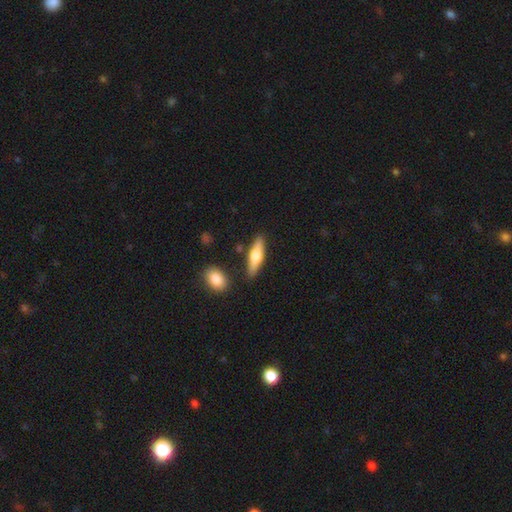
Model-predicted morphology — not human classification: smooth-or-featured: smooth: 52% | featured or disk: 42% | star or artifact: 6%
  how-rounded: cigar-shaped: 64% | in between: 33% | round: 3%
  merging: none: 81% | minor disturbance: 11% | merger: 5% | major disturbance: 3%